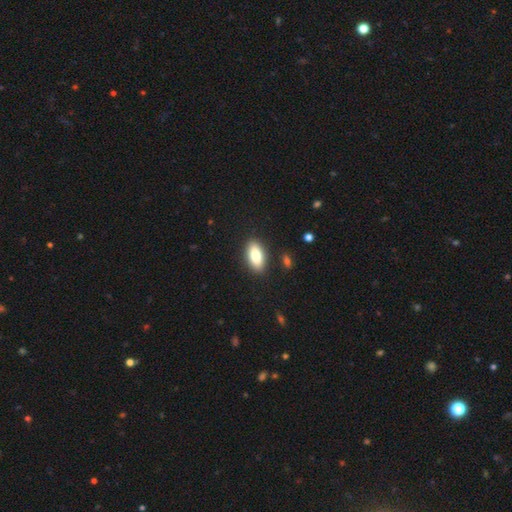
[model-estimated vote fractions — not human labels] Q: Smooth or featured?
A: smooth (81%); runner-up: featured or disk (12%)
Q: How rounded?
A: in between (90%); runner-up: cigar-shaped (7%)
Q: Merging?
A: none (88%); runner-up: minor disturbance (8%)